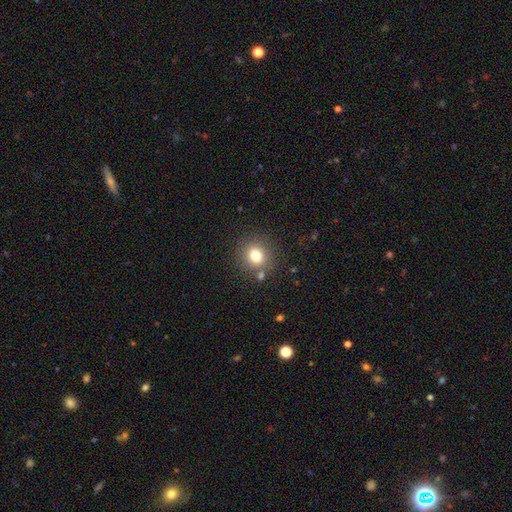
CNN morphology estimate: smooth_or_featured: smooth (p=0.77) [alt: star or artifact p=0.14]
how_rounded: round (p=0.83) [alt: in between p=0.16]
merging: none (p=0.80) [alt: minor disturbance p=0.09]